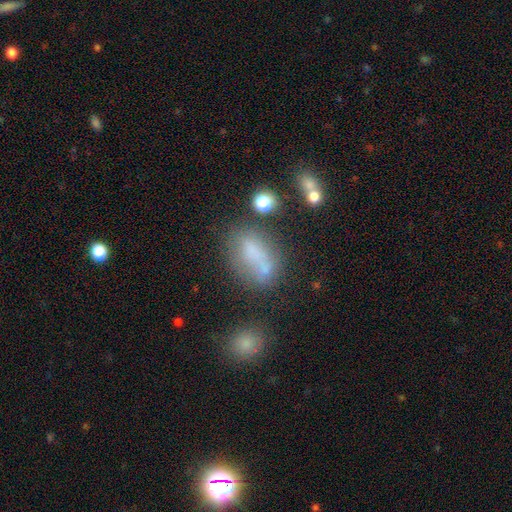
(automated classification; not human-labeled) smooth-or-featured: smooth: 61% | featured or disk: 24% | star or artifact: 16%
  how-rounded: in between: 79% | round: 16% | cigar-shaped: 5%
  merging: none: 37% | merger: 28% | minor disturbance: 20% | major disturbance: 15%